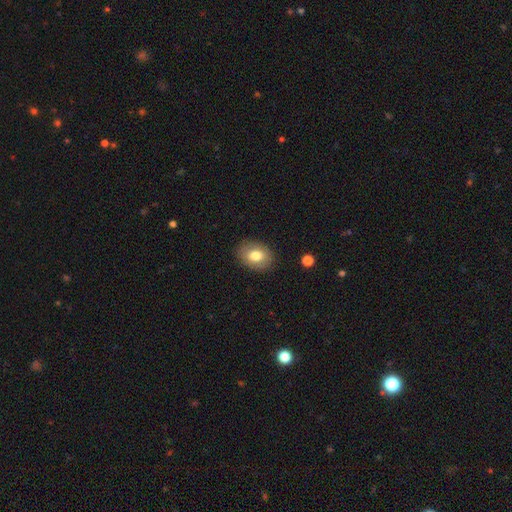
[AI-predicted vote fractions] The model was most divided on "how rounded": in between: 69%, round: 30%, cigar-shaped: 1%. More confident: merging — none (87%); smooth or featured — smooth (77%).